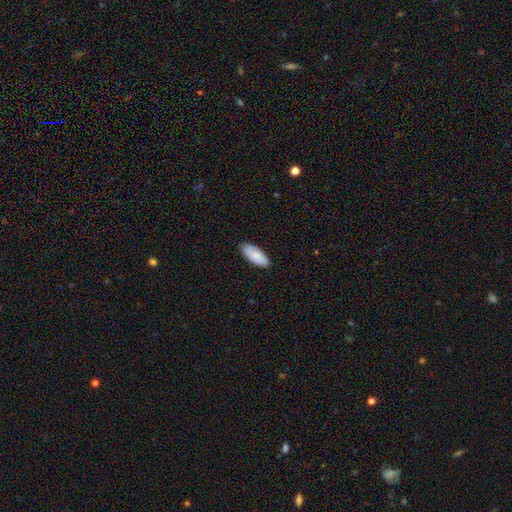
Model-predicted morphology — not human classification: The model was most divided on "how rounded": in between: 84%, cigar-shaped: 14%, round: 2%. More confident: merging — none (86%); smooth or featured — smooth (84%).